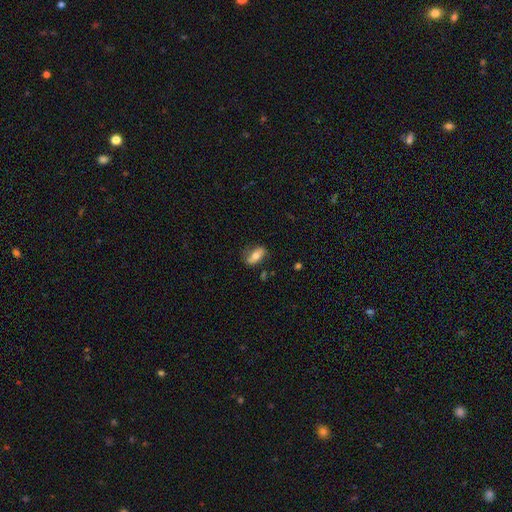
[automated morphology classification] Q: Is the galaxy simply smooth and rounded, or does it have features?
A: smooth — 61%.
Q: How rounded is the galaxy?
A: in between — 79%.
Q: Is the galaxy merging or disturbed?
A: none — 75%.